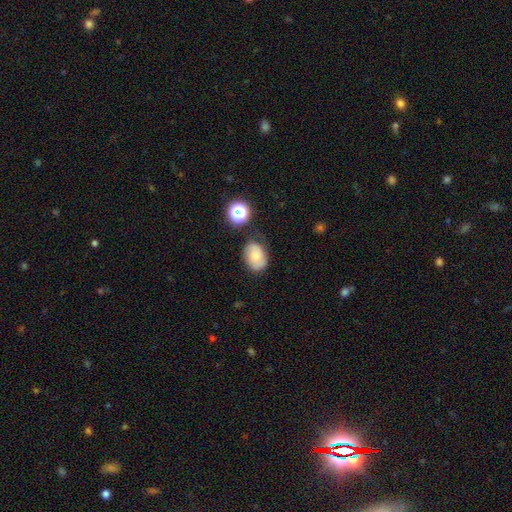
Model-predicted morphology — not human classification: Smooth or featured? Predicted: smooth (p=0.61). How rounded? Predicted: in between (p=0.67). Merging? Predicted: none (p=0.69).